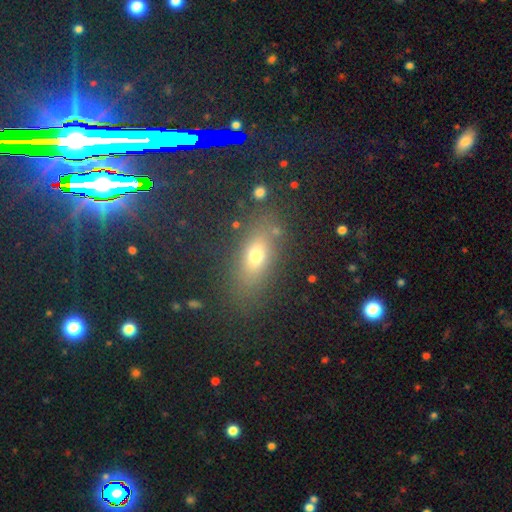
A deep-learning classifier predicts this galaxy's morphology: smooth_or_featured: smooth (p=0.67) [alt: star or artifact p=0.17]
how_rounded: in between (p=0.70) [alt: cigar-shaped p=0.16]
merging: none (p=0.80) [alt: minor disturbance p=0.11]